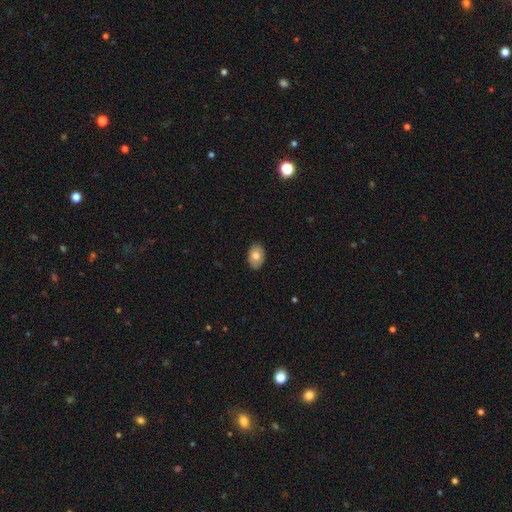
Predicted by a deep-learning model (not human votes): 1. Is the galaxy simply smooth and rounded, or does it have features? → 71% smooth, 21% featured or disk, 7% star or artifact.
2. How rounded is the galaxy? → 81% in between, 18% round, 1% cigar-shaped.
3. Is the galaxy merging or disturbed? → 87% none, 10% minor disturbance, 2% major disturbance, 1% merger.